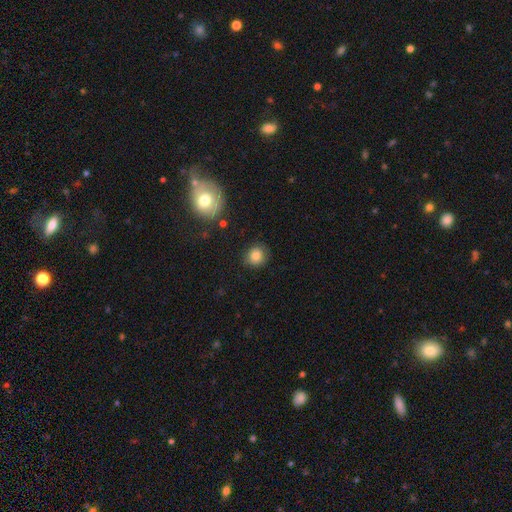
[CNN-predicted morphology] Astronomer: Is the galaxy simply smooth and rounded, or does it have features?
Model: smooth — 81%.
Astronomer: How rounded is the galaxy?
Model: round — 85%.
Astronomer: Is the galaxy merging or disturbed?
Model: none — 81%.